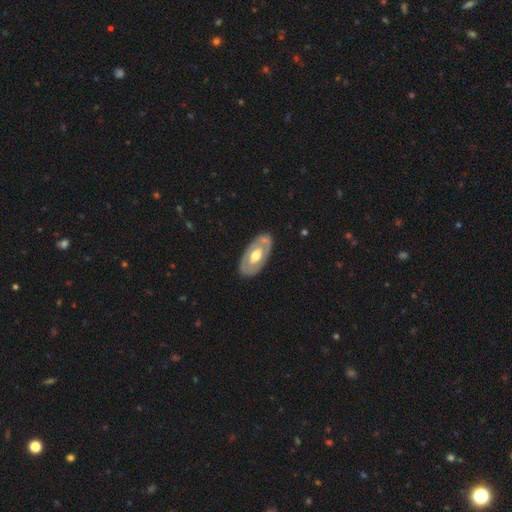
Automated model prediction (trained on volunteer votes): smooth_or_featured: featured or disk (p=0.57) [alt: smooth p=0.38]
disk_edge_on: no (p=0.88) [alt: yes p=0.12]
bar: no (p=0.77) [alt: weak p=0.17]
has_spiral_arms: no (p=0.80) [alt: yes p=0.20]
bulge_size: moderate (p=0.66) [alt: large p=0.26]
merging: none (p=0.80) [alt: minor disturbance p=0.14]